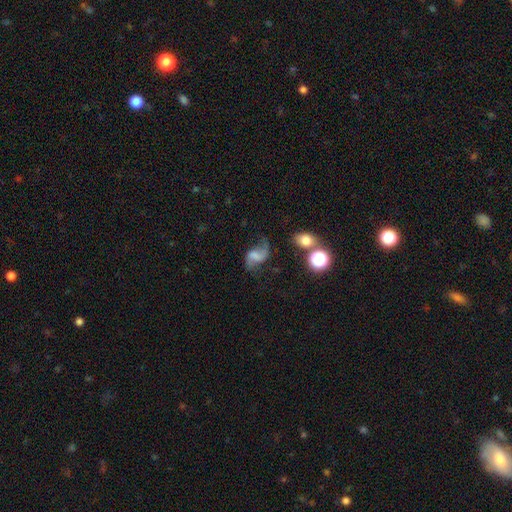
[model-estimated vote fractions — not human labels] A featured or disk galaxy (67%) with a weak bar (45%), 2 (89%) loose (79%) spiral arms (92%) and no central bulge (51%).

Vote fractions:
- Smooth or featured? featured or disk: 67% / smooth: 21% / star or artifact: 12%
- Edge-on disk? no: 98% / yes: 2%
- Bar? weak: 45% / no: 38% / strong: 18%
- Spiral arms? yes: 92% / no: 8%
- Spiral winding? loose: 79% / medium: 17% / tight: 4%
- Spiral arm count? 2: 89% / 1: 5% / can't tell: 3% / 3: 1% / 4: 1% / more than 4: 1%
- Bulge size? none: 51% / small: 21% / moderate: 17% / large: 8% / dominant: 3%
- Merging? none: 56% / minor disturbance: 21% / major disturbance: 18% / merger: 5%